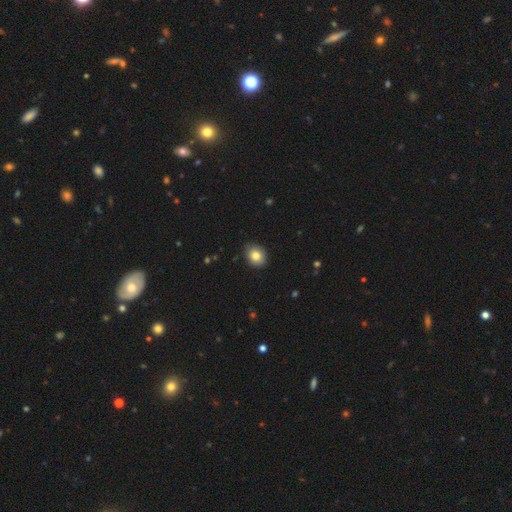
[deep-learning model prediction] Smooth or featured: smooth — 83% (featured or disk — 9%)
How rounded: in between — 52% (round — 47%)
Merging: none — 87% (minor disturbance — 10%)